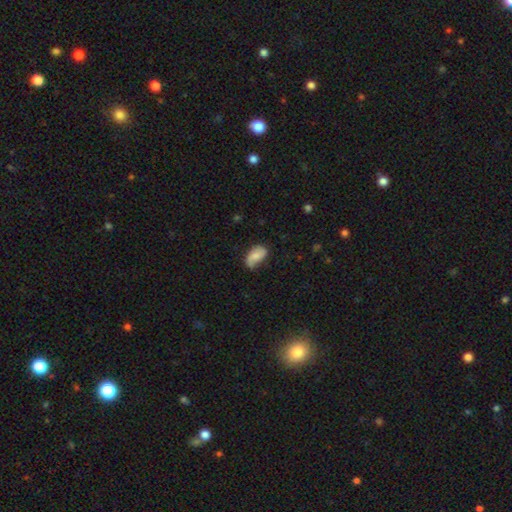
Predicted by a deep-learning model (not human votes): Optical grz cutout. It shows a smooth galaxy with no disk features (59%) that is in between round and cigar-shaped (91%). Merging: none (51%).